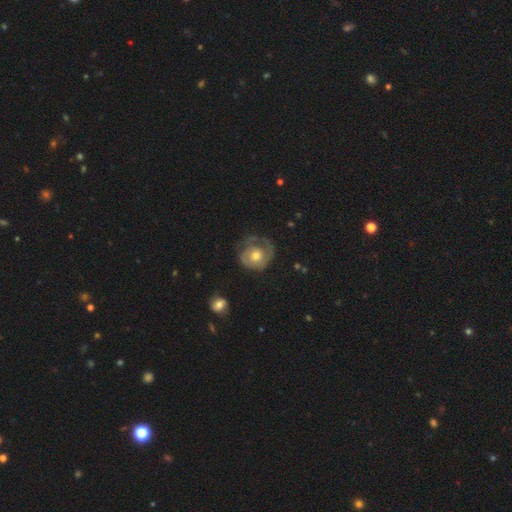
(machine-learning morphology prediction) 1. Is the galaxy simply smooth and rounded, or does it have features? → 67% featured or disk, 27% smooth, 6% star or artifact.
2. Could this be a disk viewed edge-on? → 98% no, 2% yes.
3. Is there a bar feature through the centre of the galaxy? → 81% no, 16% weak, 3% strong.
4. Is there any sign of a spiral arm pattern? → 80% yes, 20% no.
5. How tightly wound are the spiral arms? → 62% tight, 26% medium, 13% loose.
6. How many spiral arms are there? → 48% 1, 25% 2, 20% can't tell, 4% 3, 2% 4, 2% more than 4.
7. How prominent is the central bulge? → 67% moderate, 20% small, 11% large, 2% none, 1% dominant.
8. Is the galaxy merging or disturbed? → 57% none, 22% minor disturbance, 20% major disturbance, 2% merger.